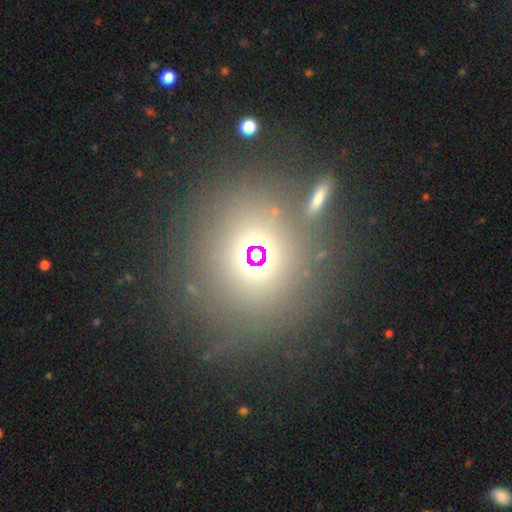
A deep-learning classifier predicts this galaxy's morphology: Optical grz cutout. It shows a star or artifact, not a galaxy (46%).